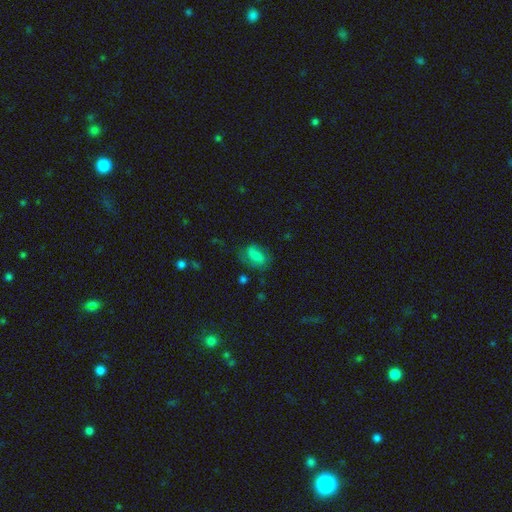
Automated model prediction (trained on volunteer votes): Smooth or featured? Predicted: smooth (p=0.72). How rounded? Predicted: in between (p=0.86). Merging? Predicted: none (p=0.55).